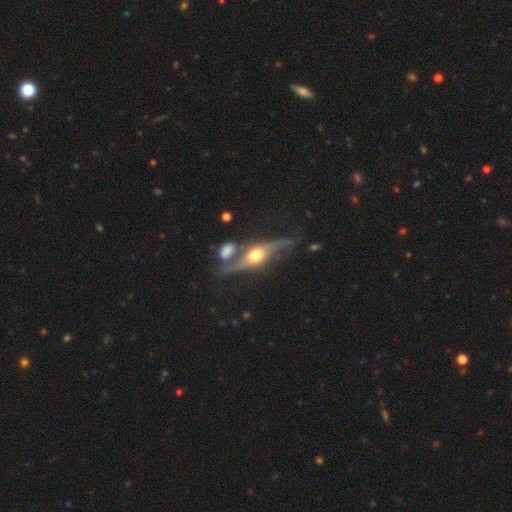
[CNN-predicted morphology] featured or disk 81%, smooth 13%, star or artifact 6%. Down the decision tree: edge-on disk — yes (78%); edge-on bulge — rounded (94%); merging — none (56%).